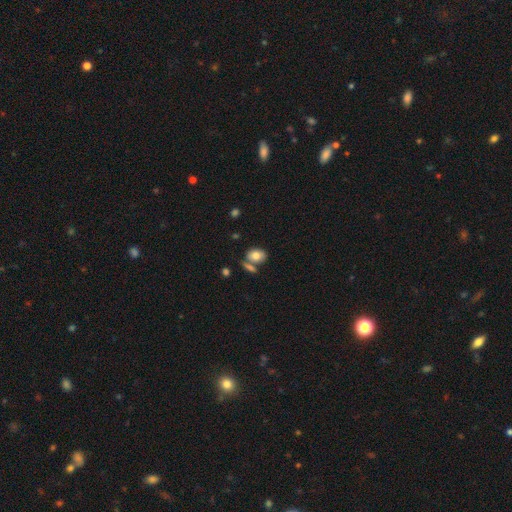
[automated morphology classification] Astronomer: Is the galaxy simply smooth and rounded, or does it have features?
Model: smooth — 78%.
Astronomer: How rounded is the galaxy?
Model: in between — 77%.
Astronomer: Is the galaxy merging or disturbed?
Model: none — 57%.